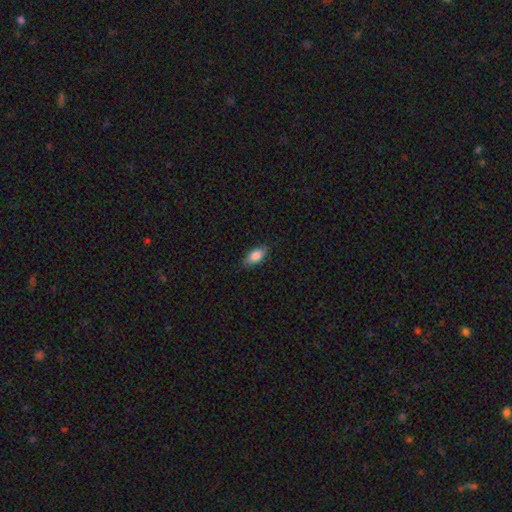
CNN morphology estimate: Smooth or featured? smooth (83%)
How rounded? in between (86%)
Merging? none (82%)